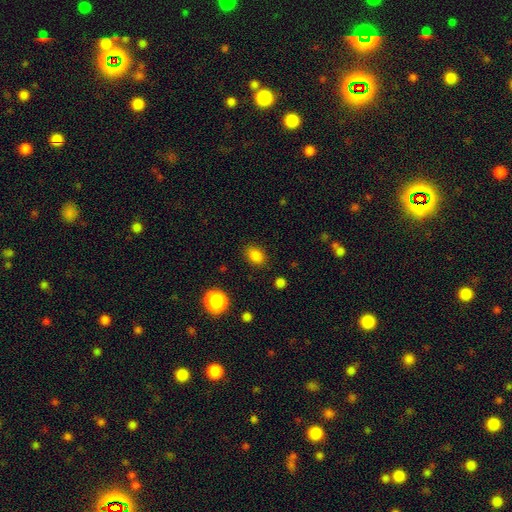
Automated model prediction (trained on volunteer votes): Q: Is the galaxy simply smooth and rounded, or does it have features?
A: smooth — 83%.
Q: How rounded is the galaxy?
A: in between — 71%.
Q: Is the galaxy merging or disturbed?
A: none — 85%.